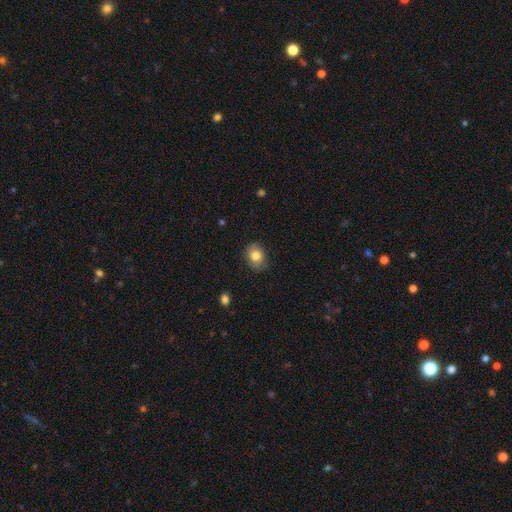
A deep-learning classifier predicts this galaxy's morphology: Smooth or featured?
  - smooth: 79% *
  - featured or disk: 12%
  - star or artifact: 9%
How rounded?
  - in between: 55% *
  - round: 44%
  - cigar-shaped: 1%
Merging?
  - none: 79% *
  - minor disturbance: 17%
  - major disturbance: 3%
  - merger: 1%